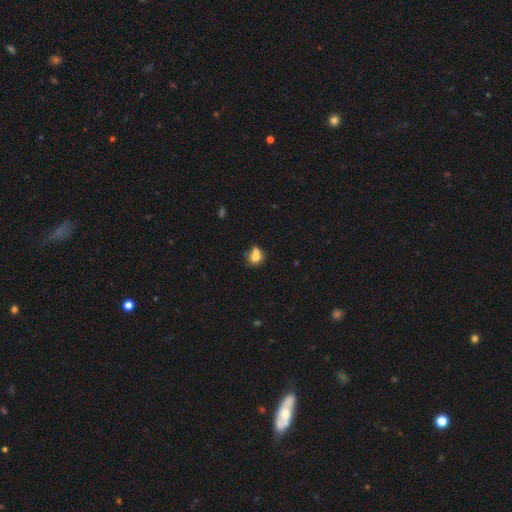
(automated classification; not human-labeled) Smooth or featured?
  - smooth: 76% *
  - featured or disk: 13%
  - star or artifact: 12%
How rounded?
  - round: 54% *
  - in between: 45%
  - cigar-shaped: 2%
Merging?
  - none: 39% *
  - merger: 26%
  - minor disturbance: 23%
  - major disturbance: 12%